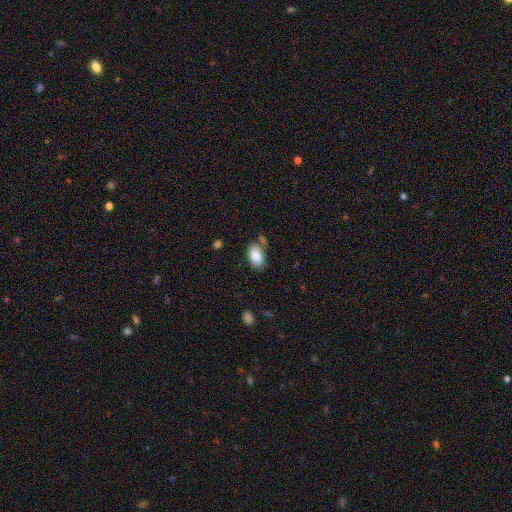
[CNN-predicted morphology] smooth 86%, star or artifact 7%, featured or disk 7%. Down the decision tree: how rounded — in between (93%); merging — none (70%).